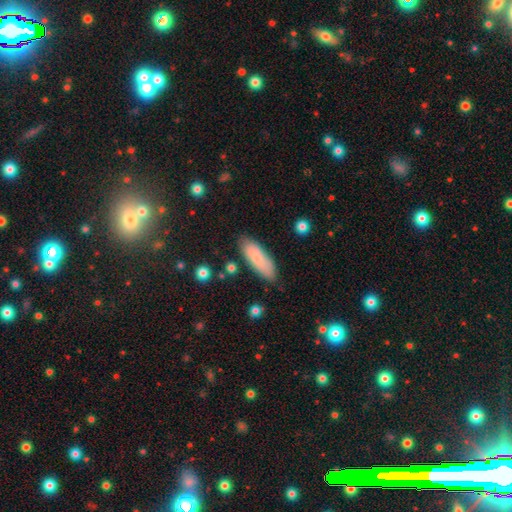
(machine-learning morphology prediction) The model was most divided on "how rounded": in between: 63%, cigar-shaped: 35%, round: 2%. More confident: merging — none (80%); smooth or featured — smooth (79%).